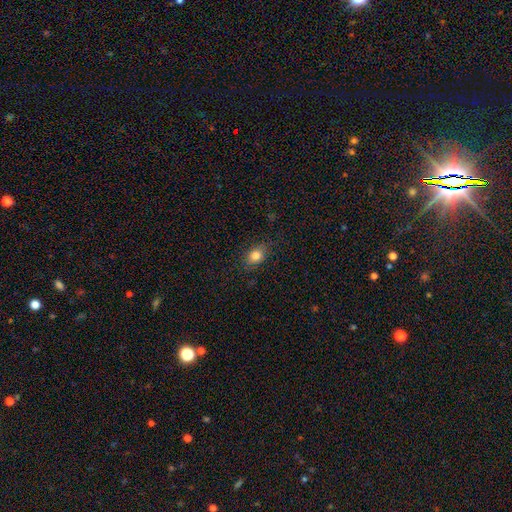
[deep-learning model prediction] Smooth or featured? Predicted: smooth (p=0.81). How rounded? Predicted: in between (p=0.67). Merging? Predicted: none (p=0.81).